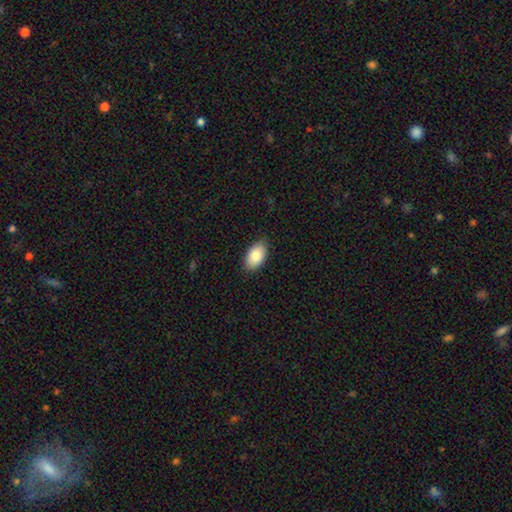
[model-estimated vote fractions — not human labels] Smooth or featured?
  - smooth: 87% *
  - featured or disk: 7%
  - star or artifact: 6%
How rounded?
  - in between: 94% *
  - round: 4%
  - cigar-shaped: 1%
Merging?
  - none: 84% *
  - minor disturbance: 13%
  - major disturbance: 2%
  - merger: 1%